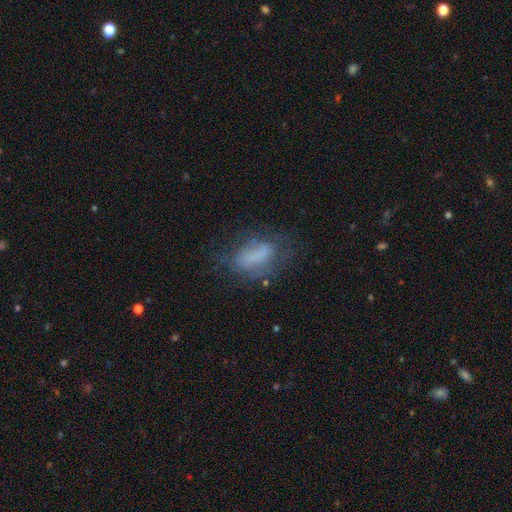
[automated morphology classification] A smooth galaxy with no disk features (60%) that is in between round and cigar-shaped (77%).

Vote fractions:
- Smooth or featured? smooth: 60% / featured or disk: 27% / star or artifact: 13%
- How rounded? in between: 77% / cigar-shaped: 18% / round: 5%
- Merging? none: 55% / minor disturbance: 24% / major disturbance: 18% / merger: 3%